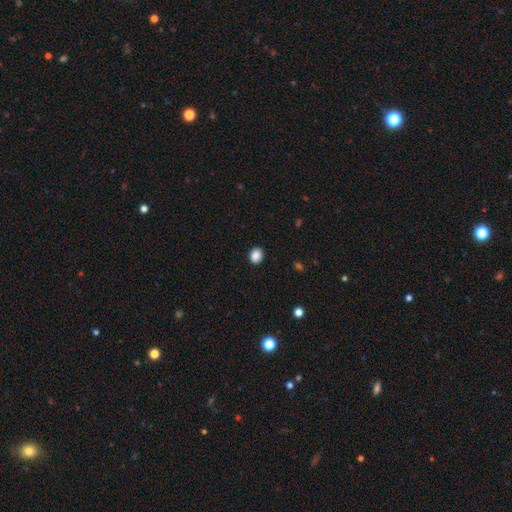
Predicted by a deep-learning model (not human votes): This appears to be a smooth galaxy with no disk features (88%) that is round (63%). Merging: none (90%).